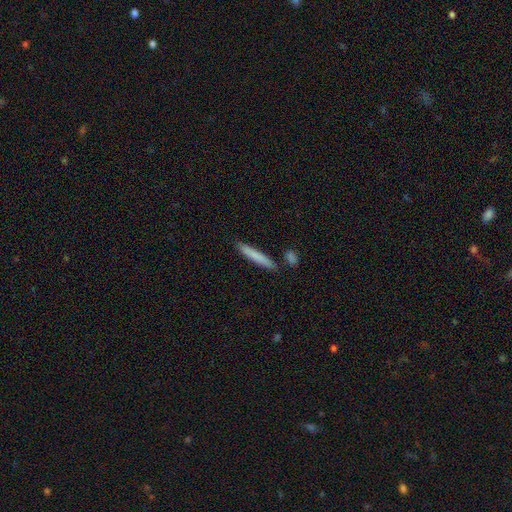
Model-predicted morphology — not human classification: smooth 76%, featured or disk 18%, star or artifact 6%. Down the decision tree: how rounded — cigar-shaped (95%); merging — none (84%).